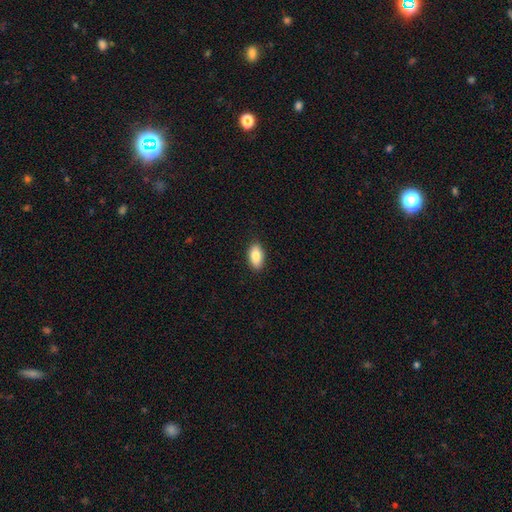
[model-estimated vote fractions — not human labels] A smooth galaxy with no disk features (85%) that is in between round and cigar-shaped (92%).

Vote fractions:
- Smooth or featured? smooth: 85% / featured or disk: 8% / star or artifact: 7%
- How rounded? in between: 92% / cigar-shaped: 4% / round: 4%
- Merging? none: 88% / minor disturbance: 9% / major disturbance: 2% / merger: 1%